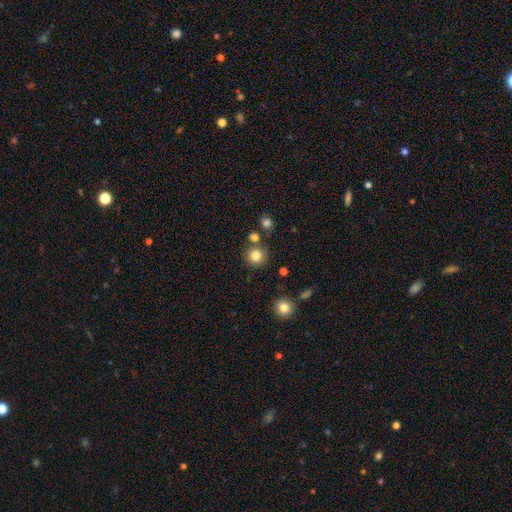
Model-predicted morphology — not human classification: Smooth or featured? Predicted: smooth (p=0.82). How rounded? Predicted: round (p=0.92). Merging? Predicted: none (p=0.80).